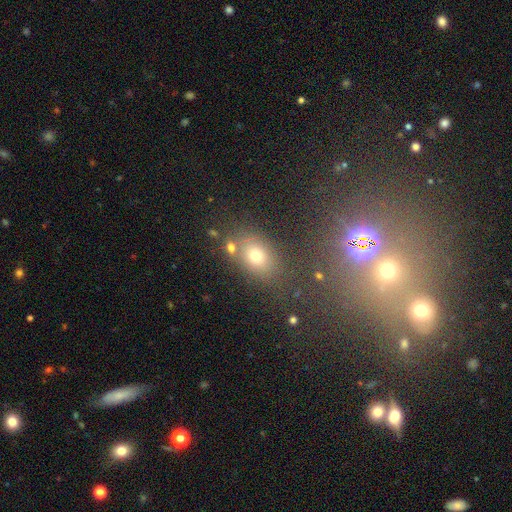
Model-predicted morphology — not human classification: A smooth galaxy with no disk features (67%) that is in between round and cigar-shaped (67%). Merging: none (72%).